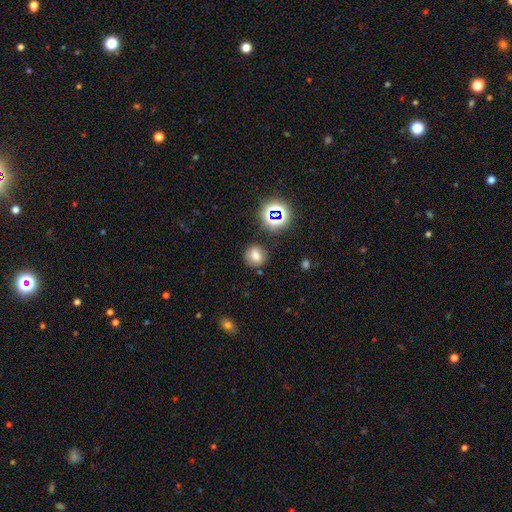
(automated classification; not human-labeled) The model was most divided on "smooth or featured": smooth: 67%, star or artifact: 20%, featured or disk: 13%. More confident: how rounded — round (84%); merging — none (82%).